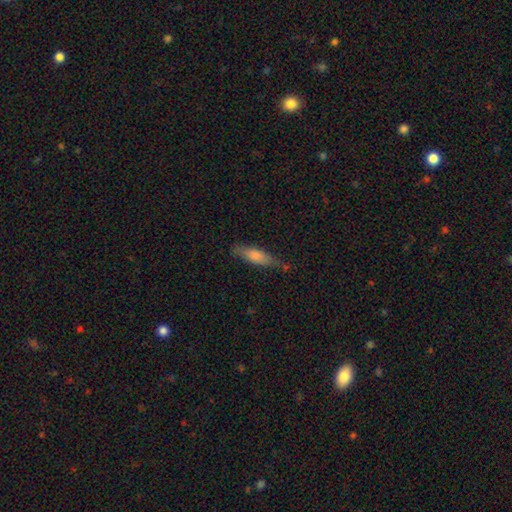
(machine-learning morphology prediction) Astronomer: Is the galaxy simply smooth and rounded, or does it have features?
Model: smooth — 76%.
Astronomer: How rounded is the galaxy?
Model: cigar-shaped — 55% (runner-up: in between, 43%).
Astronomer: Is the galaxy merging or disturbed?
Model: none — 66%.